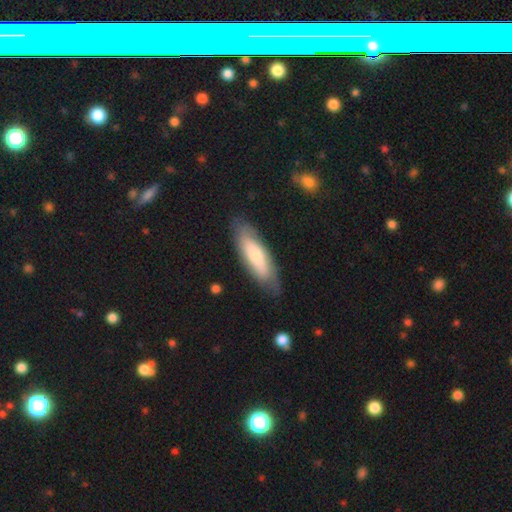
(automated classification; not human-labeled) smooth_or_featured: smooth (p=0.63) [alt: featured or disk p=0.32]
how_rounded: in between (p=0.51) [alt: cigar-shaped p=0.47]
merging: none (p=0.74) [alt: minor disturbance p=0.19]